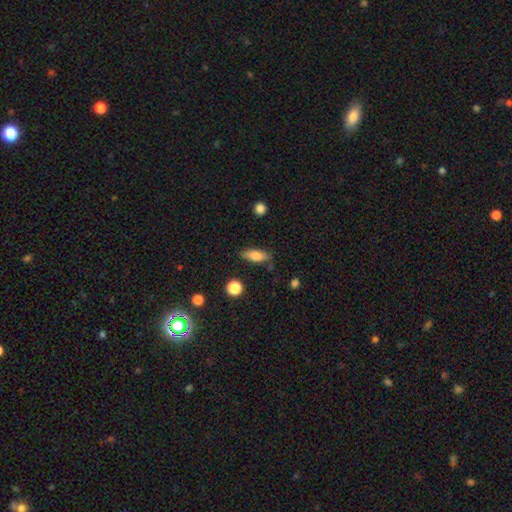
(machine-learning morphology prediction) Smooth or featured: smooth — 78% (featured or disk — 14%)
How rounded: in between — 69% (cigar-shaped — 28%)
Merging: none — 80% (minor disturbance — 14%)